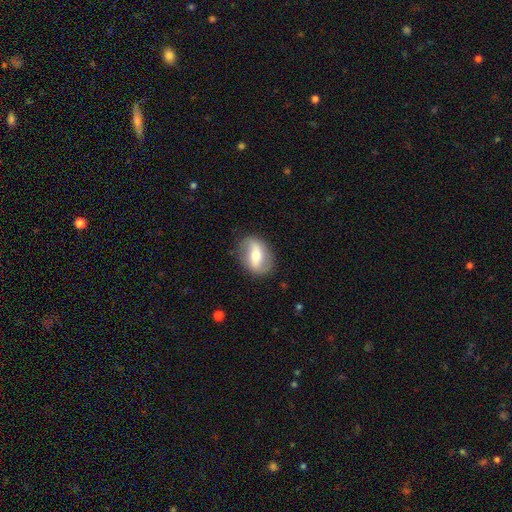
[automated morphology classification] A featured or disk galaxy (54%).

Vote fractions:
- Smooth or featured? featured or disk: 54% / smooth: 39% / star or artifact: 6%
- Edge-on disk? no: 90% / yes: 10%
- Merging? none: 81% / minor disturbance: 13% / major disturbance: 4% / merger: 1%